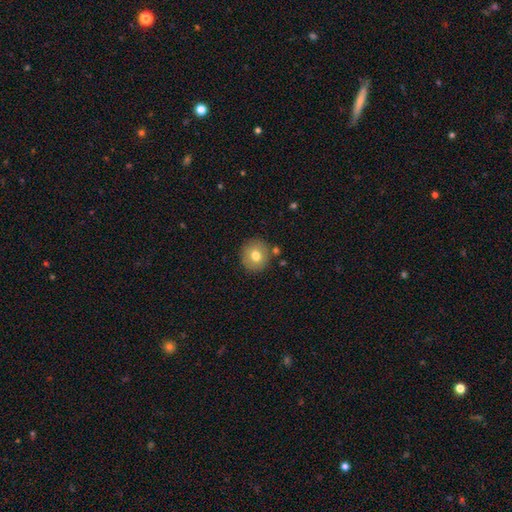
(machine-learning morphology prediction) smooth 75%, featured or disk 15%, star or artifact 10%. Down the decision tree: how rounded — round (91%); merging — none (85%).